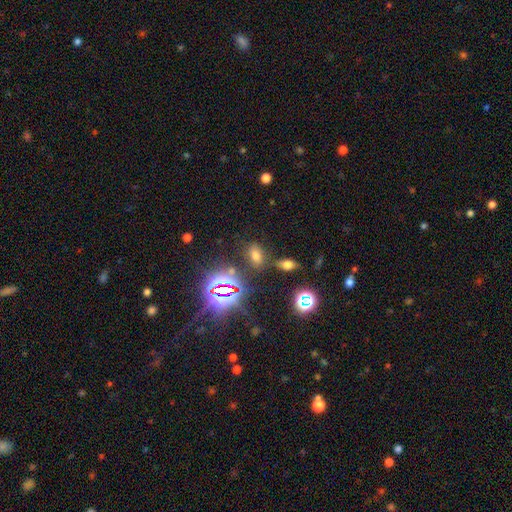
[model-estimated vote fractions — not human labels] Q: Smooth or featured?
A: smooth (58%); runner-up: star or artifact (33%)
Q: How rounded?
A: in between (84%); runner-up: round (13%)
Q: Merging?
A: none (77%); runner-up: minor disturbance (11%)